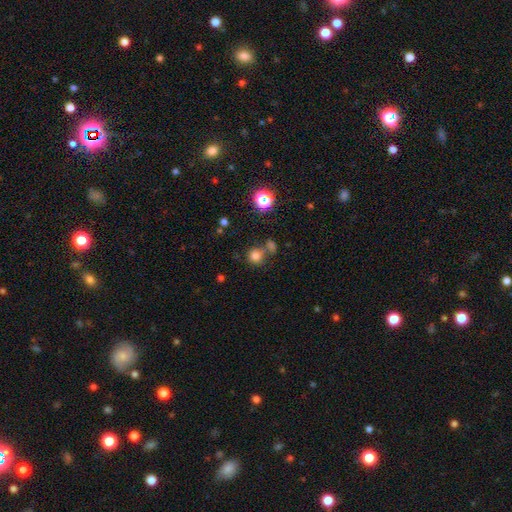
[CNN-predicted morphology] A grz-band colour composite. It shows a smooth galaxy with no disk features (74%) that is round (88%). Merging: none (64%).